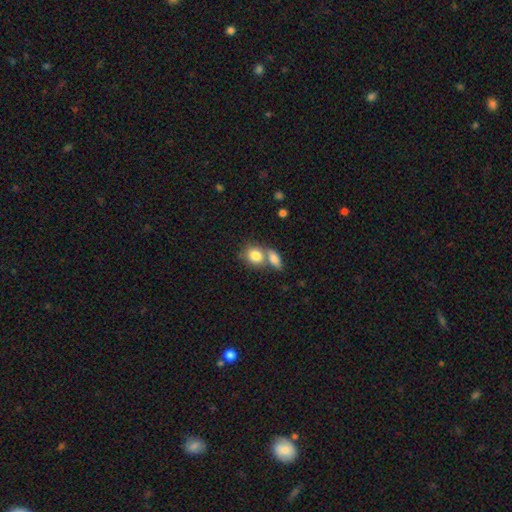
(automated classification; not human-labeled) smooth 82%, featured or disk 10%, star or artifact 8%. Down the decision tree: how rounded — round (51%); merging — merger (53%).